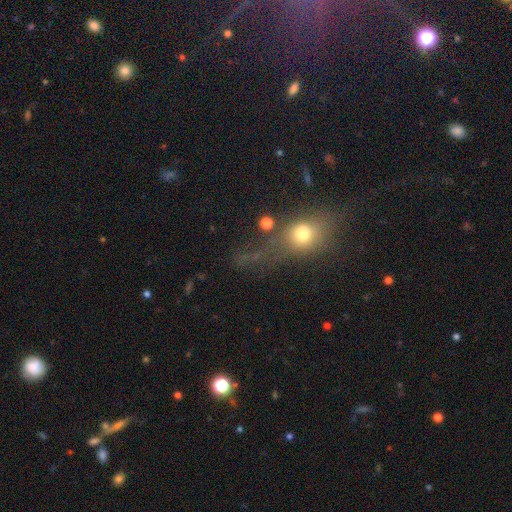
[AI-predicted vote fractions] Morphology: type=smooth (48%); merging=none (53%).